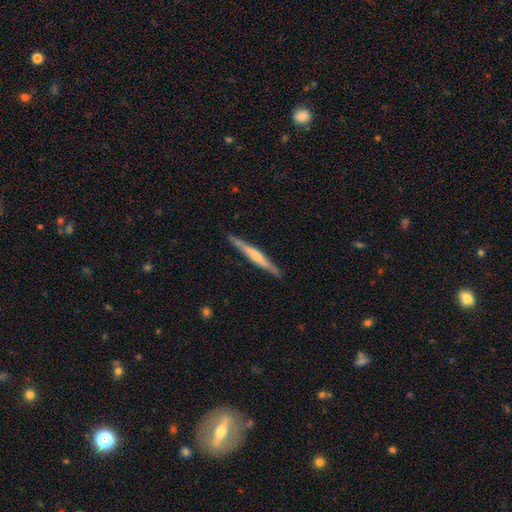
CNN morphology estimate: This is likely a featured or disk galaxy (64%). It is clearly viewed edge-on (97%). Edge-on bulge: possibly rounded (57%). Merging: clearly none (89%).